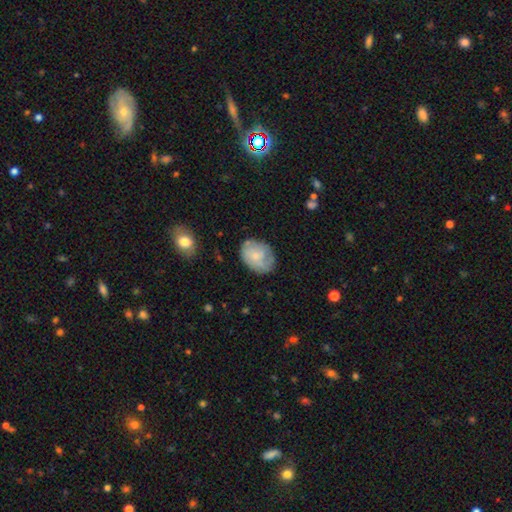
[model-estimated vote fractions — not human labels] smooth 54%, featured or disk 39%, star or artifact 7%. Down the decision tree: how rounded — in between (65%); merging — none (69%).